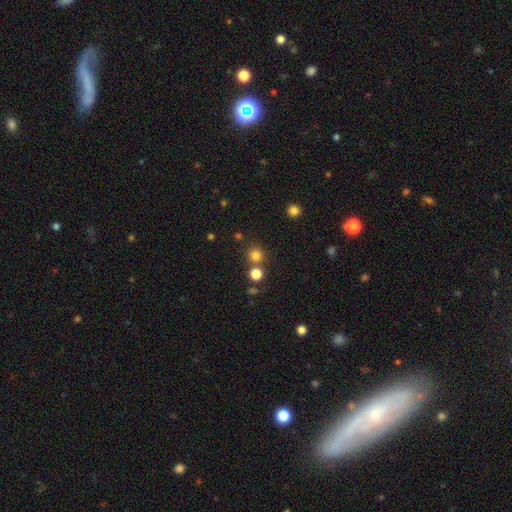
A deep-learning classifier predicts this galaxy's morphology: The model was most divided on "merging": none: 74%, merger: 17%, minor disturbance: 7%, major disturbance: 3%. More confident: how rounded — round (92%); smooth or featured — smooth (78%).